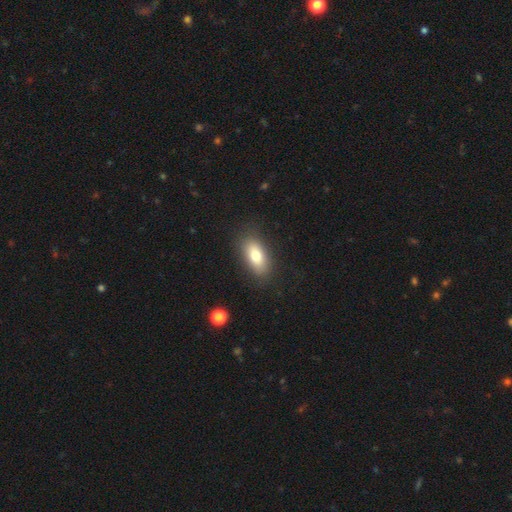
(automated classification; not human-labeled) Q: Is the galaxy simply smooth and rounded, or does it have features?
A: smooth — 77%.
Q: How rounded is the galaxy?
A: in between — 87%.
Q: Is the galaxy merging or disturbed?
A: none — 84%.